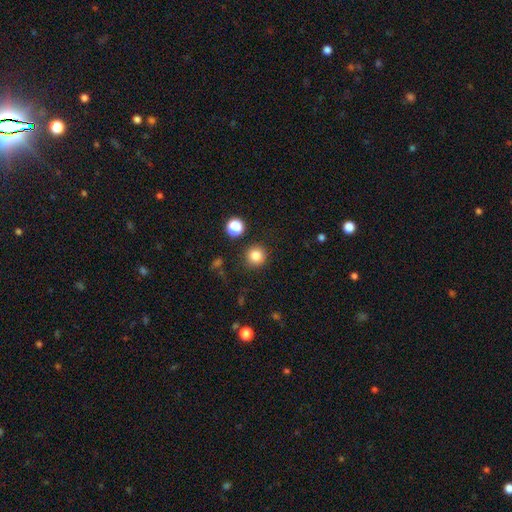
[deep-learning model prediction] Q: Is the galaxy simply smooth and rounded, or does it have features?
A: smooth — 83%.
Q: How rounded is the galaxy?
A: round — 94%.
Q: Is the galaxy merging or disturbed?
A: none — 88%.